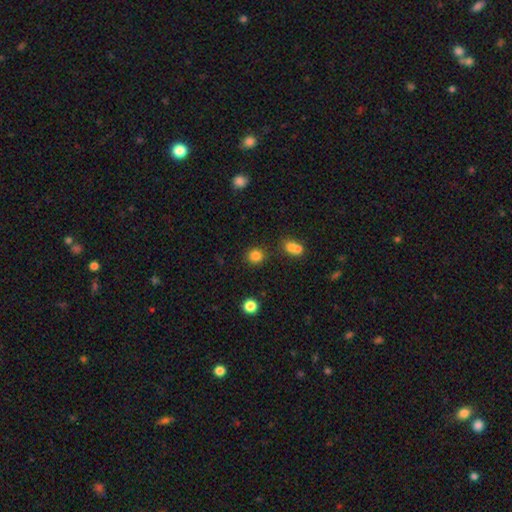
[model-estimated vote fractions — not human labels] Smooth or featured? Predicted: smooth (p=0.82). How rounded? Predicted: round (p=0.87). Merging? Predicted: none (p=0.80).